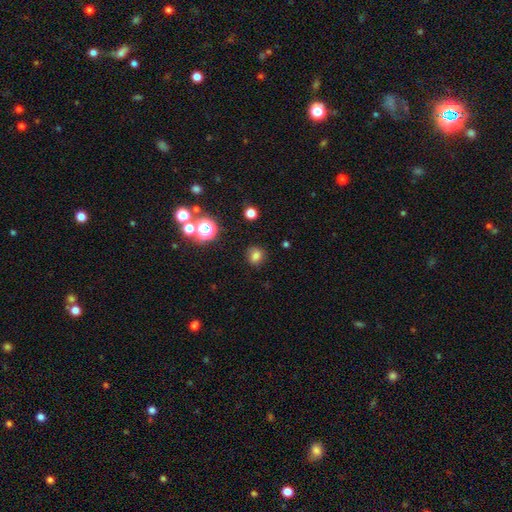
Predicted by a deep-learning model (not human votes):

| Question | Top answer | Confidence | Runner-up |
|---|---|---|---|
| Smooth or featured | smooth | 77% | star or artifact (17%) |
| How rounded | round | 79% | in between (20%) |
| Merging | none | 86% | minor disturbance (9%) |